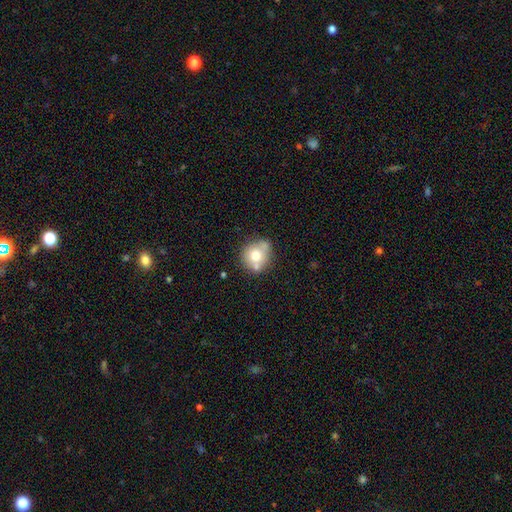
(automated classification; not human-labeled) smooth 68%, featured or disk 23%, star or artifact 9%. Down the decision tree: how rounded — round (80%); merging — none (58%).